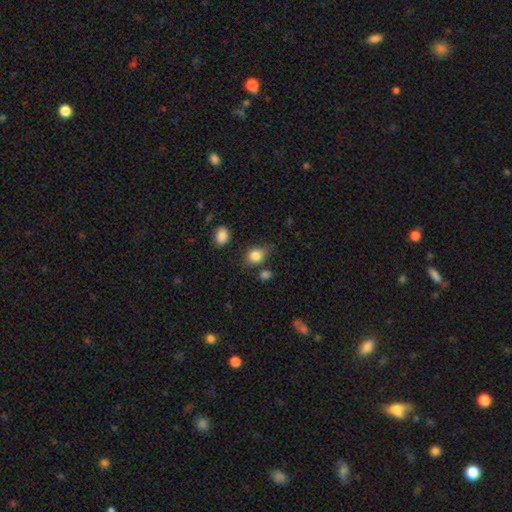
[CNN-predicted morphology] This is clearly a smooth galaxy (84%). How rounded: possibly in between (53%). Merging: likely none (63%).